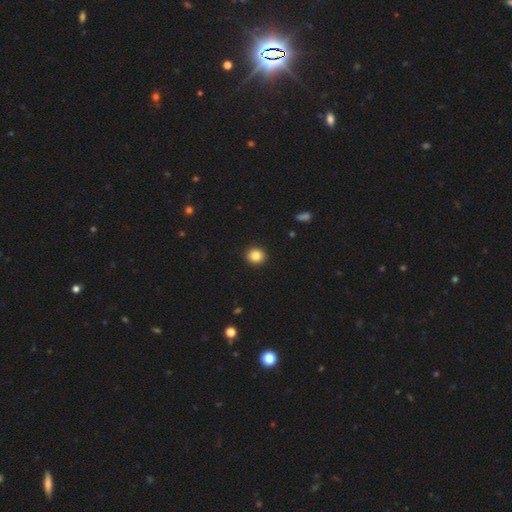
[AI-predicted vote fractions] This is clearly a smooth galaxy (85%). How rounded: clearly round (86%). Merging: clearly none (93%).